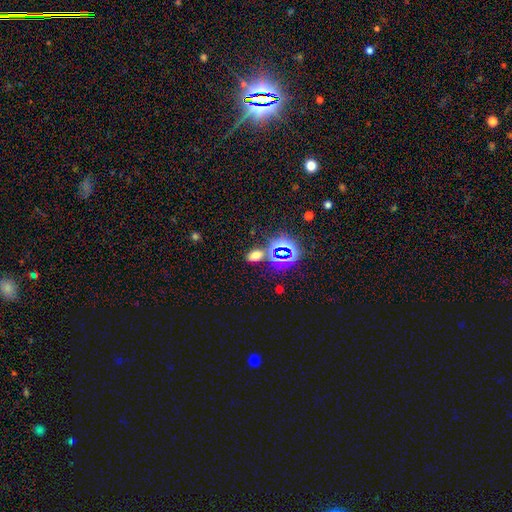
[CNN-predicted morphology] Smooth or featured? Predicted: smooth (p=0.58). How rounded? Predicted: in between (p=0.84). Merging? Predicted: none (p=0.78).